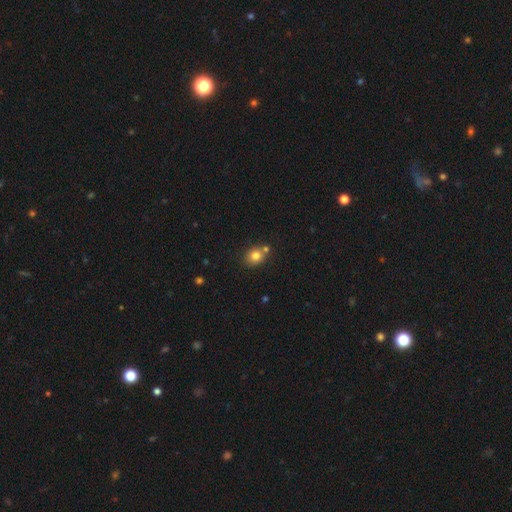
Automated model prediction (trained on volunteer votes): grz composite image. It shows a smooth galaxy with no disk features (79%) that is round (69%). Merging: none (67%).